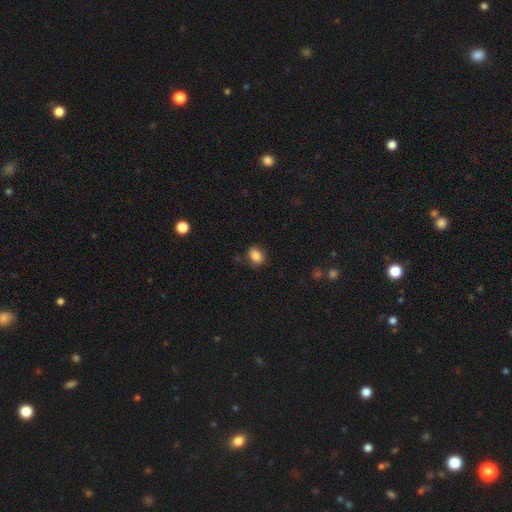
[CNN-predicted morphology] Smooth or featured? smooth (86%)
How rounded? in between (65%)
Merging? none (82%)